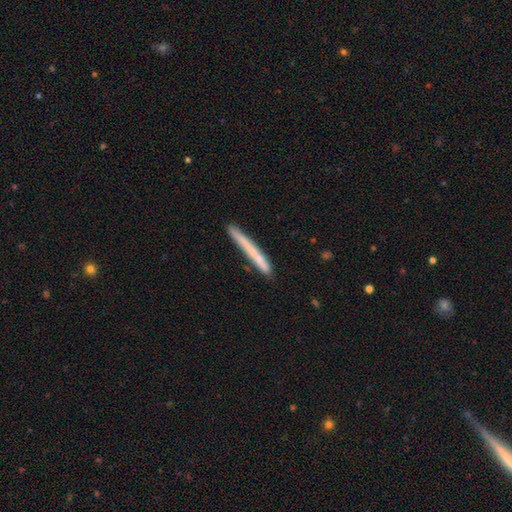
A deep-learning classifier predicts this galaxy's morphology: type=smooth (61%); roundness=cigar-shaped (97%); merging=none (86%).